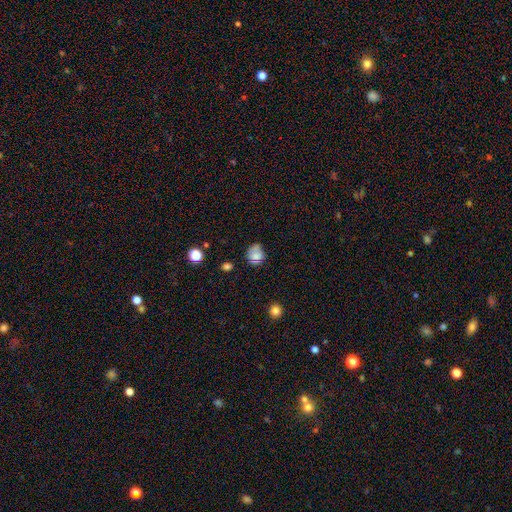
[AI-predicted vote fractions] smooth-or-featured: smooth: 70% | featured or disk: 18% | star or artifact: 13%
  how-rounded: round: 65% | in between: 34% | cigar-shaped: 1%
  merging: none: 55% | minor disturbance: 30% | major disturbance: 11% | merger: 4%